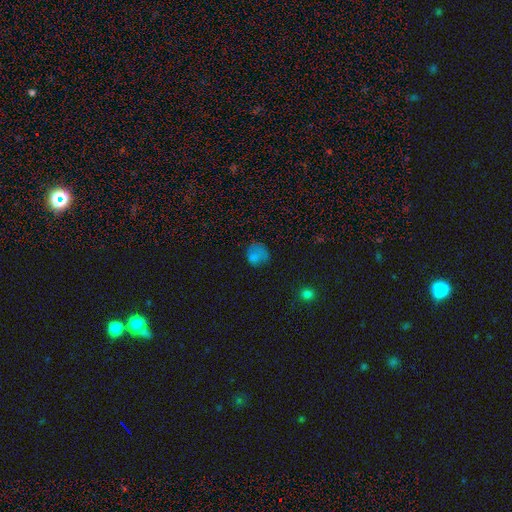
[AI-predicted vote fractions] Smooth or featured? smooth (71%)
How rounded? round (70%)
Merging? none (52%)